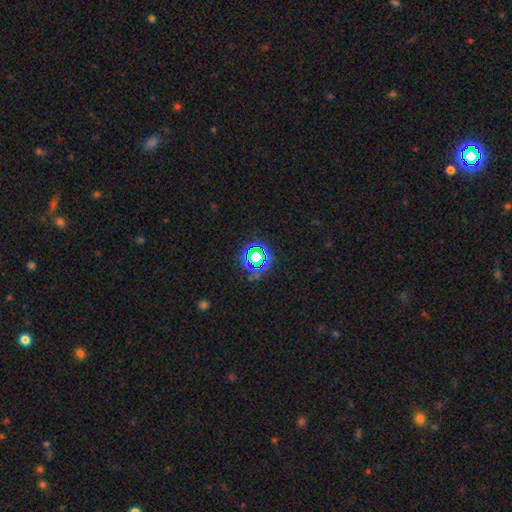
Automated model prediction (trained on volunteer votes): Q: Smooth or featured?
A: star or artifact (68%); runner-up: smooth (20%)